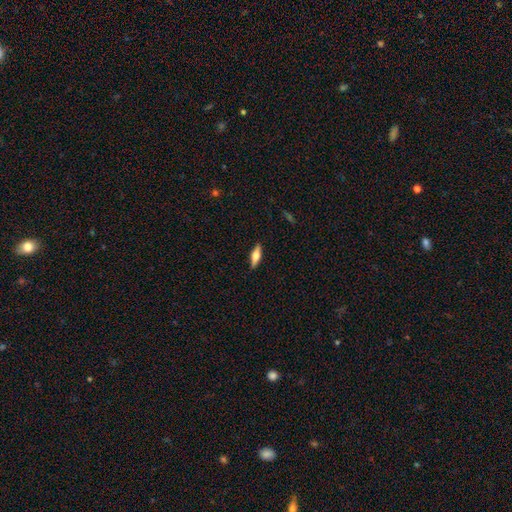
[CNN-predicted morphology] A featured or disk galaxy (47%). Merging: none (89%).